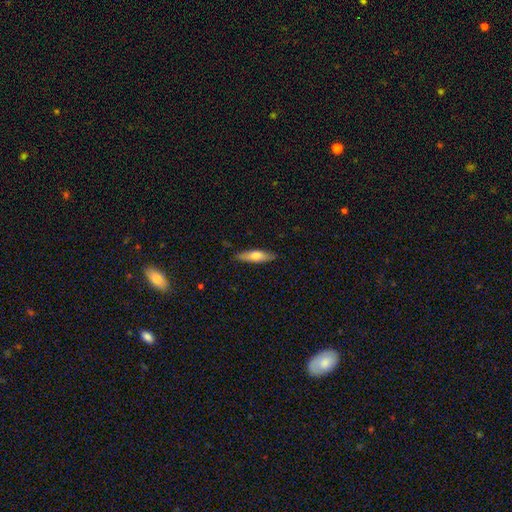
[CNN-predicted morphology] Q: Smooth or featured?
A: smooth (65%); runner-up: featured or disk (30%)
Q: How rounded?
A: cigar-shaped (60%); runner-up: in between (38%)
Q: Merging?
A: none (84%); runner-up: minor disturbance (12%)